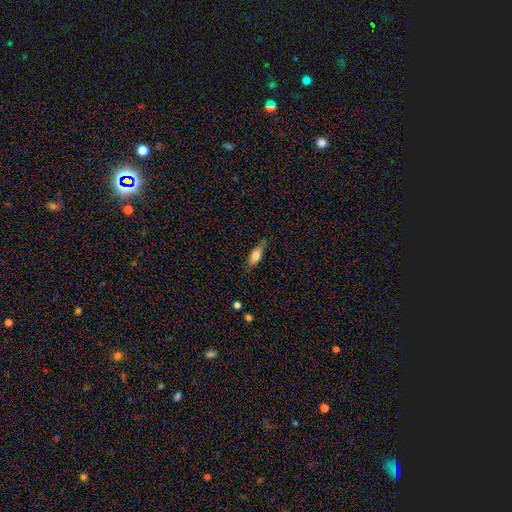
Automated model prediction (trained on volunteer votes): A smooth galaxy with no disk features (74%) that is in between round and cigar-shaped (71%). Merging: none (67%).